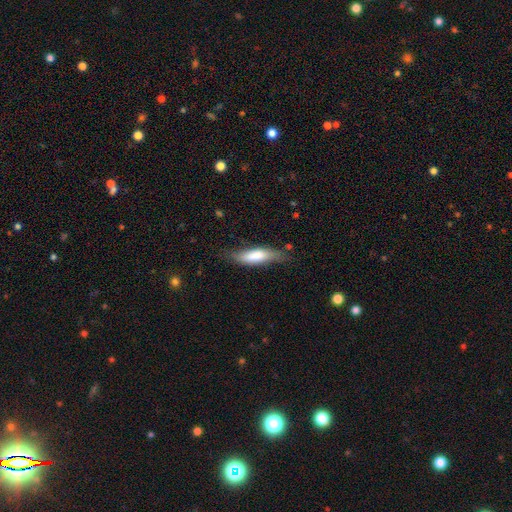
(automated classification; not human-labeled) Overall: smooth (71%). How rounded: cigar-shaped (57%; in between 41%). Merging: none (63%; minor disturbance 27%).